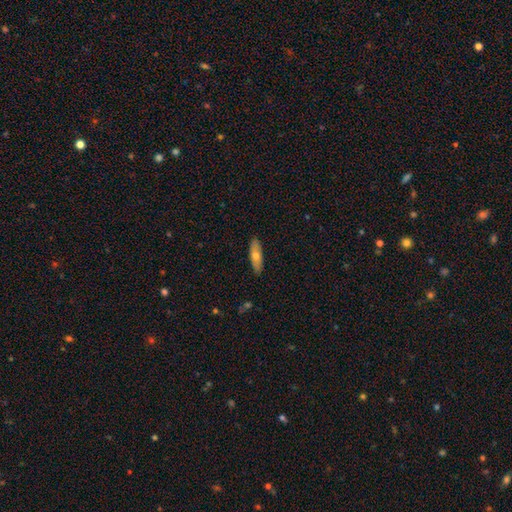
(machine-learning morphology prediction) Smooth or featured? Predicted: smooth (p=0.62). How rounded? Predicted: cigar-shaped (p=0.58). Merging? Predicted: none (p=0.89).